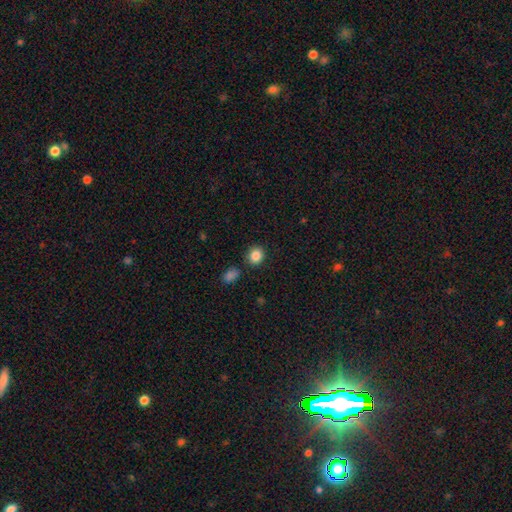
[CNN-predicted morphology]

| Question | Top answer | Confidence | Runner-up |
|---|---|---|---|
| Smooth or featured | smooth | 86% | star or artifact (10%) |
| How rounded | round | 72% | in between (27%) |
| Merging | none | 84% | minor disturbance (9%) |